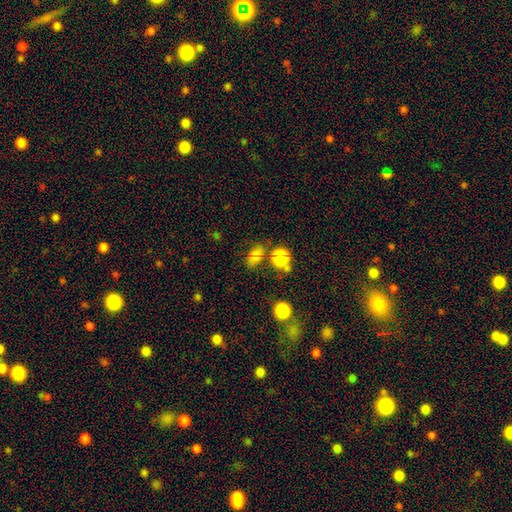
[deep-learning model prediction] Smooth or featured? Predicted: smooth (p=0.69). How rounded? Predicted: in between (p=0.66). Merging? Predicted: none (p=0.64).